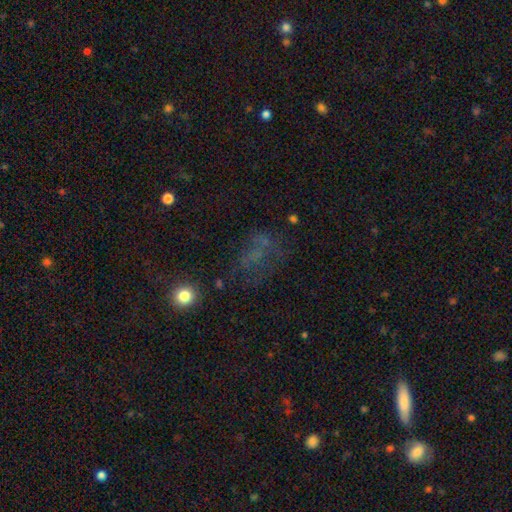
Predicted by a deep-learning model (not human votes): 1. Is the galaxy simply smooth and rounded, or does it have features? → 37% star or artifact, 34% smooth, 28% featured or disk.